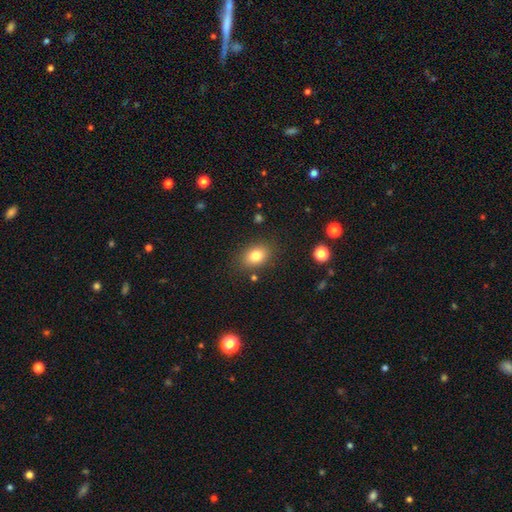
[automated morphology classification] This appears to be a smooth galaxy with no disk features (81%) that is in between round and cigar-shaped (74%). Merging: none (83%).